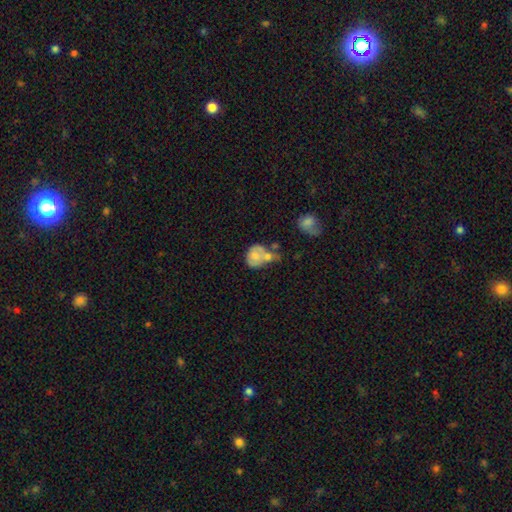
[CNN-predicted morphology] smooth 60%, featured or disk 33%, star or artifact 8%. Down the decision tree: how rounded — round (53%); merging — merger (49%).